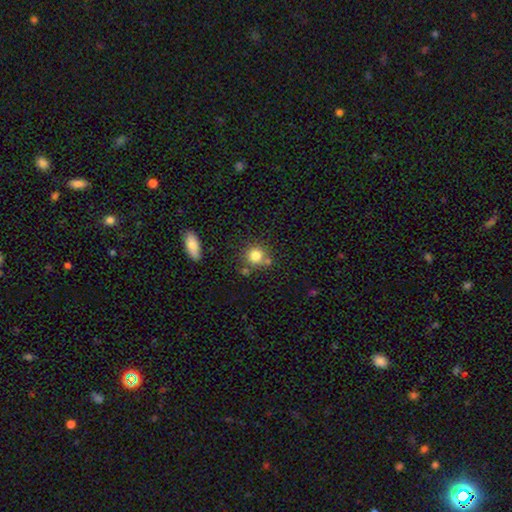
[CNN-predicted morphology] This is clearly a smooth galaxy (81%). How rounded: clearly round (88%). Merging: likely none (68%).